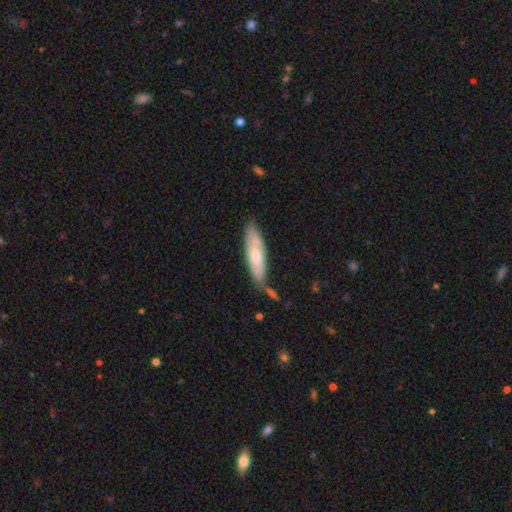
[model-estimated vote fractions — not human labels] Smooth or featured? Predicted: smooth (p=0.55). How rounded? Predicted: cigar-shaped (p=0.60). Merging? Predicted: none (p=0.61).